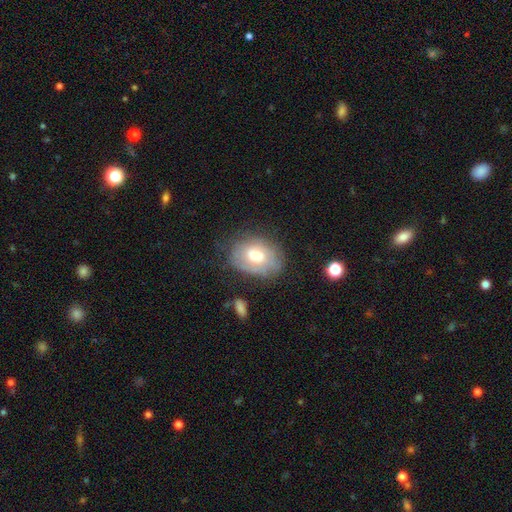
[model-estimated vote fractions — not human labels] smooth 50%, featured or disk 42%, star or artifact 8%. Down the decision tree: how rounded — in between (78%); merging — none (61%).